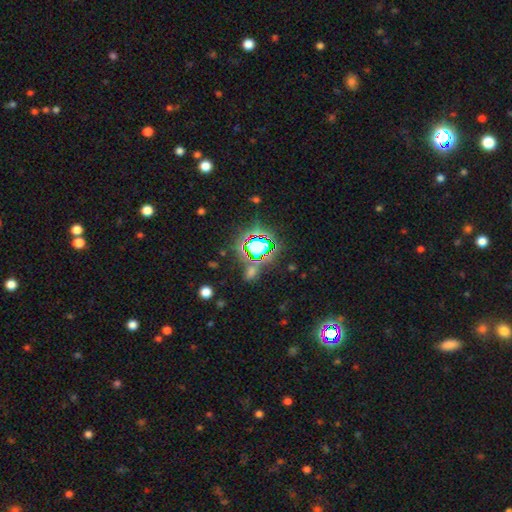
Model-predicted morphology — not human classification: A star or artifact, not a galaxy (82%).